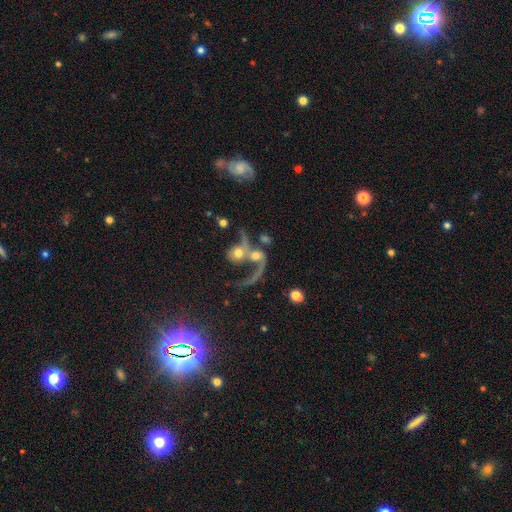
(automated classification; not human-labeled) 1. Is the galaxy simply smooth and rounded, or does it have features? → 58% featured or disk, 31% smooth, 11% star or artifact.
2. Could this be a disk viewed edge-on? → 95% no, 5% yes.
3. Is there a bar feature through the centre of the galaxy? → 75% no, 19% weak, 6% strong.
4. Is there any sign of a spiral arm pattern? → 67% yes, 33% no.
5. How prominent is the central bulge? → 50% moderate, 20% small, 17% large, 9% none, 4% dominant.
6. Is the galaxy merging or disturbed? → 67% merger, 17% major disturbance, 11% none, 5% minor disturbance.